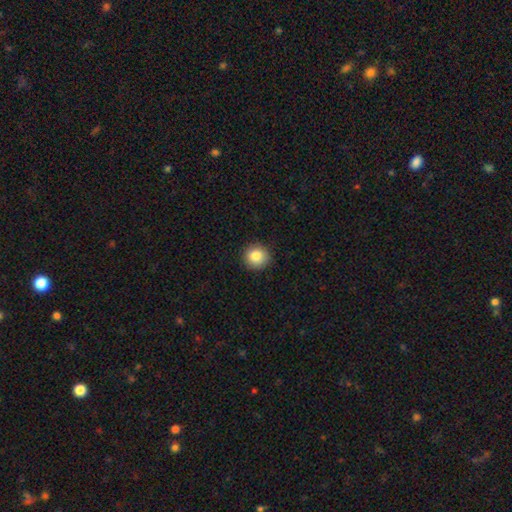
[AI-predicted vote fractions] This appears to be a smooth galaxy with no disk features (85%) that is round (94%). Merging: none (91%).